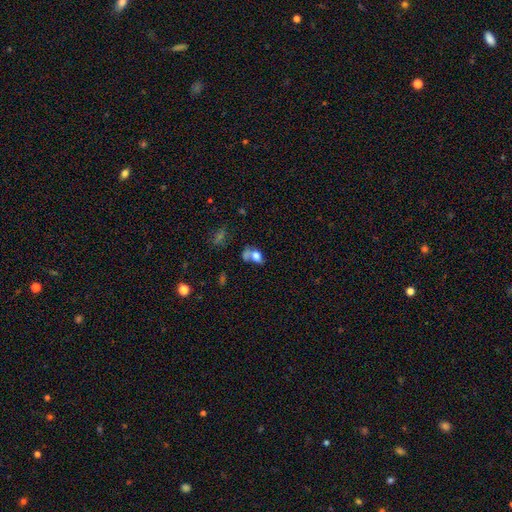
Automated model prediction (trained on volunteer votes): The model was most divided on "merging": merger: 40%, none: 26%, major disturbance: 19%, minor disturbance: 15%. More confident: how rounded — in between (76%); smooth or featured — smooth (70%).